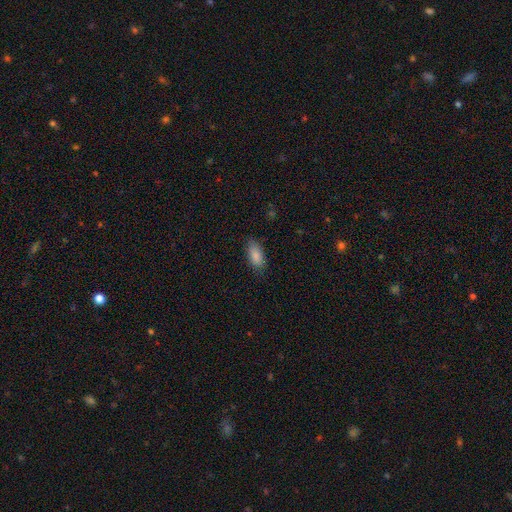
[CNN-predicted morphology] This is clearly a smooth galaxy (87%). How rounded: clearly in between (88%). Merging: clearly none (81%).